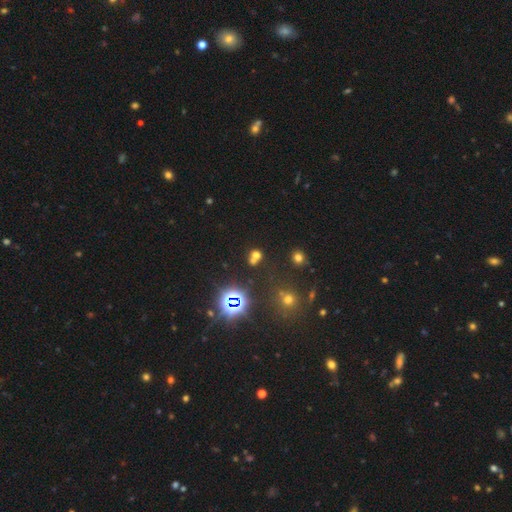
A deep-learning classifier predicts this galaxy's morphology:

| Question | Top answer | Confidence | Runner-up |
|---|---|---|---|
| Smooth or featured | smooth | 50% | star or artifact (39%) |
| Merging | none | 47% | merger (41%) |